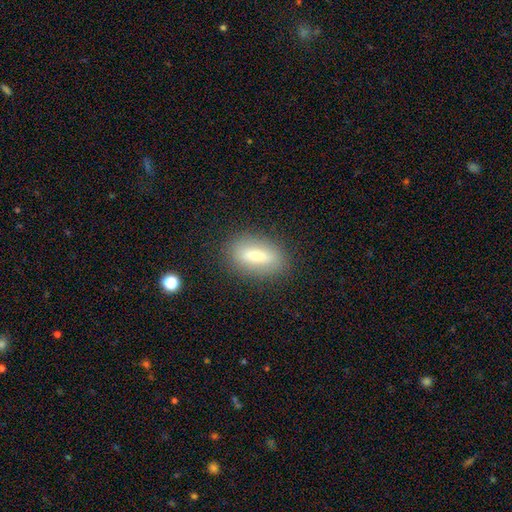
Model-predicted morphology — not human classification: This appears to be a smooth galaxy with no disk features (65%) that is in between round and cigar-shaped (78%). Merging: none (84%).